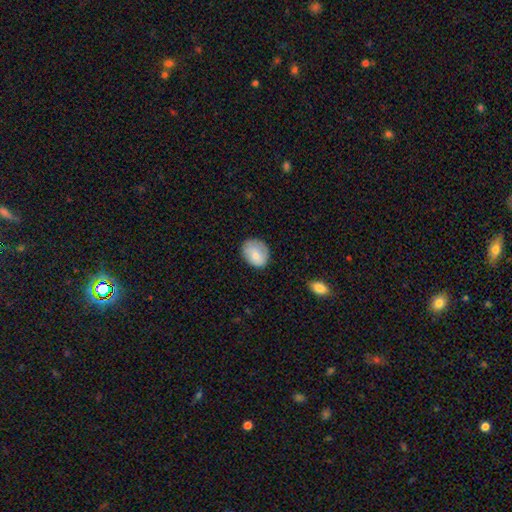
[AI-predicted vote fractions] A smooth galaxy with no disk features (75%) that is in between round and cigar-shaped (53%).

Vote fractions:
- Smooth or featured? smooth: 75% / featured or disk: 17% / star or artifact: 7%
- How rounded? in between: 53% / round: 46% / cigar-shaped: 1%
- Merging? none: 73% / minor disturbance: 21% / major disturbance: 5% / merger: 1%